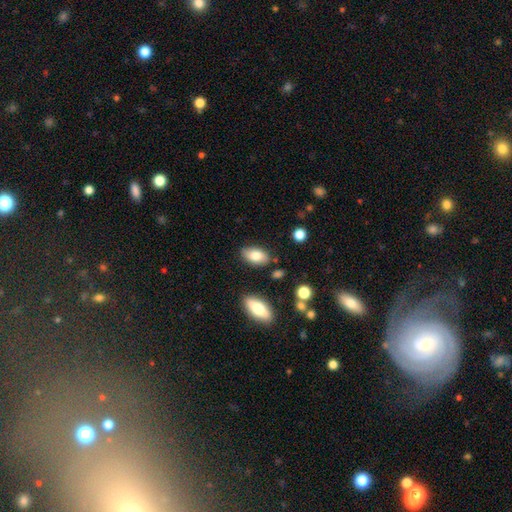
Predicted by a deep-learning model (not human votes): This appears to be a smooth galaxy with no disk features (78%) that is in between round and cigar-shaped (92%). Merging: none (79%).